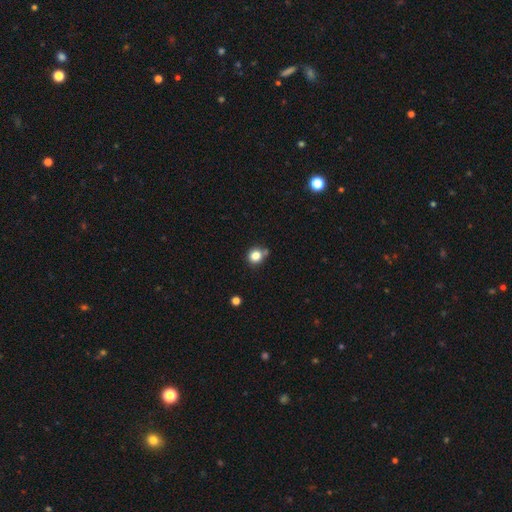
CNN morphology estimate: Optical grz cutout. It shows a smooth galaxy with no disk features (83%) that is round (84%). Merging: none (69%).